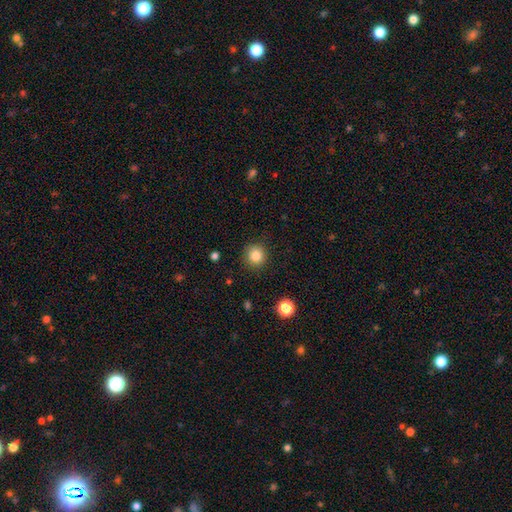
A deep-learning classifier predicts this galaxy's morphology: A smooth galaxy with no disk features (84%) that is round (92%). Merging: none (90%).